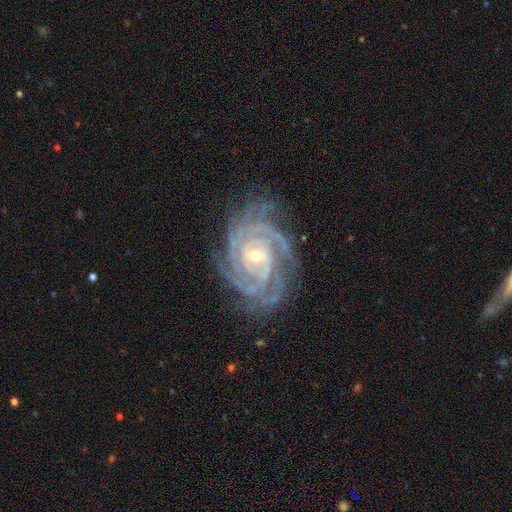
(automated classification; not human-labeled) Overall: featured or disk (92%). Edge-on disk: no (97%). Bar: no (56%; weak 29%). Spiral arms: yes (99%). Spiral arm count: 4 (29%; 3 24%). Spiral winding: tight (80%). Bulge size: small (62%; moderate 35%). Merging: none (78%).